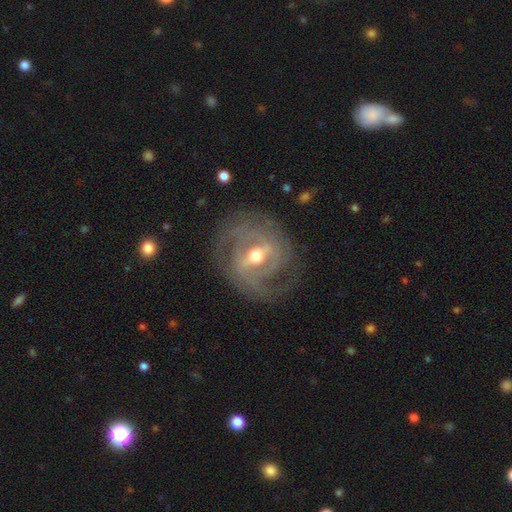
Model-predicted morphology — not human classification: type=featured or disk (89%); edge-on=no (95%); bar=strong (53%); spiral arms=yes (93%); winding=tight (54%); arm count=2 (45%); bulge=moderate (71%); merging=none (76%).